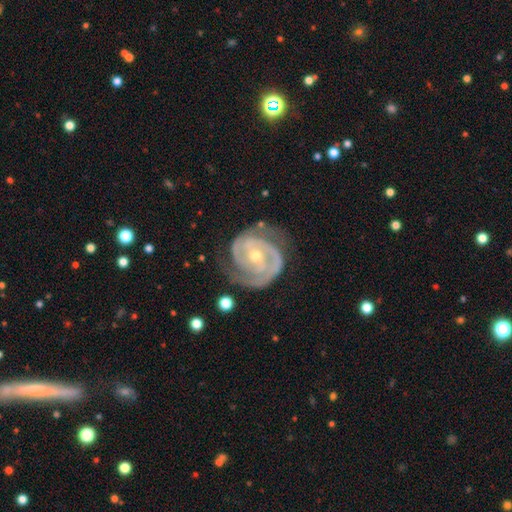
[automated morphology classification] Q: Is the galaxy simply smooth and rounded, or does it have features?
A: featured or disk — 91%.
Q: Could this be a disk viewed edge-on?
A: no — 97%.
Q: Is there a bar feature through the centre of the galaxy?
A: no — 45%.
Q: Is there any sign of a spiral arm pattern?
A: yes — 98%.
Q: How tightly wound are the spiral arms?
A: tight — 66%.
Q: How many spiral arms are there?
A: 2 — 74%.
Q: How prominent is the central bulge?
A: small — 55%.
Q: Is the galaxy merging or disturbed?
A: none — 70%.